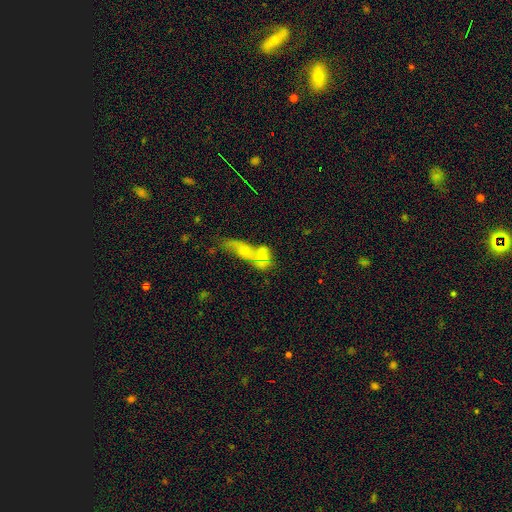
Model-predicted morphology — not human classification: Smooth or featured: smooth — 39% (featured or disk — 36%)
Merging: merger — 55% (none — 25%)